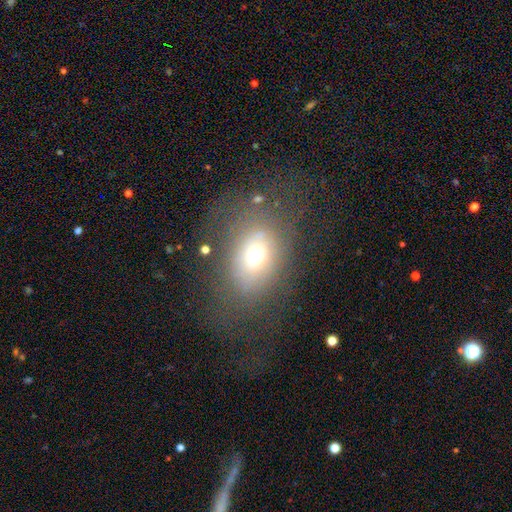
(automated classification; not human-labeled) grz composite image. It shows a smooth galaxy with no disk features (60%) that is in between round and cigar-shaped (65%). Merging: none (62%).